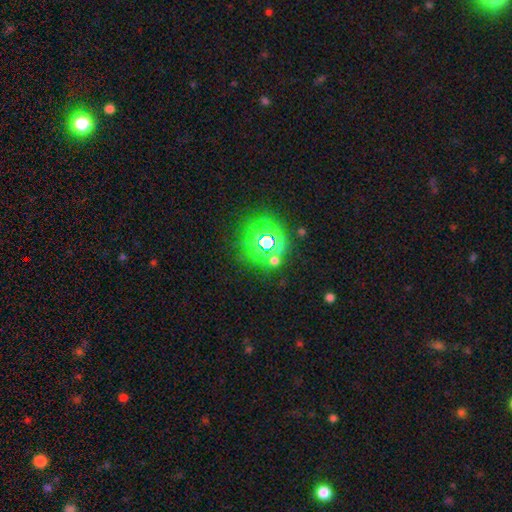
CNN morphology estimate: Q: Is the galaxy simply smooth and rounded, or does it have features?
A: star or artifact — 55%.